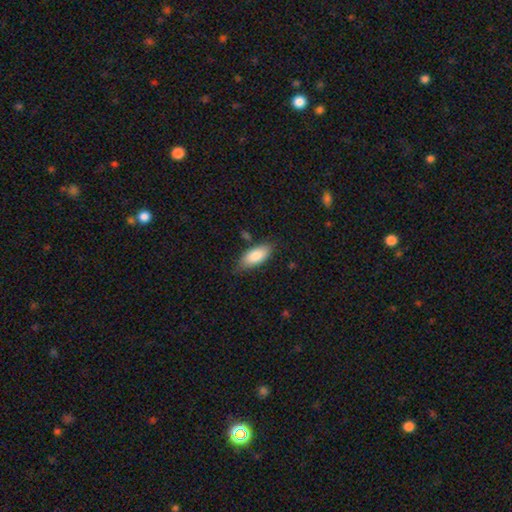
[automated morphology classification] smooth_or_featured: smooth (p=0.83) [alt: featured or disk p=0.11]
how_rounded: in between (p=0.86) [alt: cigar-shaped p=0.12]
merging: none (p=0.74) [alt: minor disturbance p=0.19]